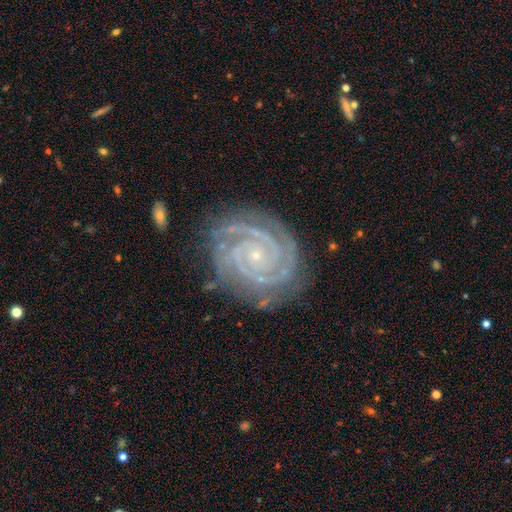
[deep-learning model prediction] A featured or disk galaxy (93%) with no bar (75%), 2 (59%) tight (88%) spiral arms (99%) and a small central bulge (88%). Merging: none (80%).